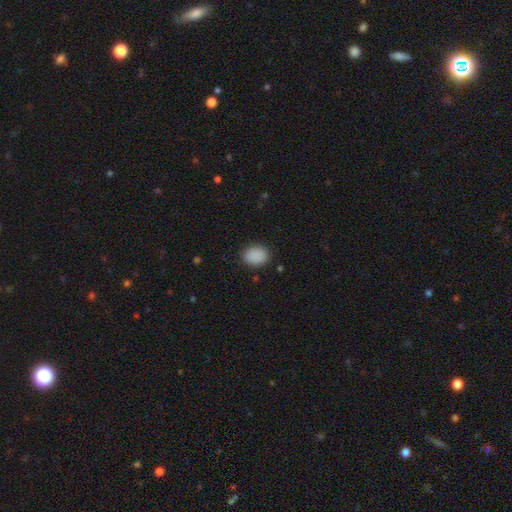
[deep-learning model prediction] Morphology: type=smooth (89%); roundness=in between (63%); merging=none (86%).